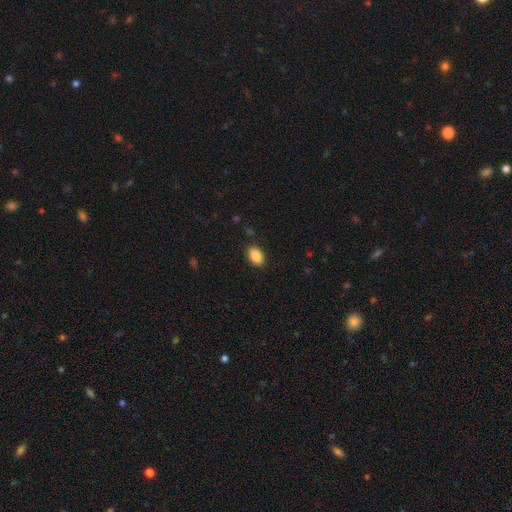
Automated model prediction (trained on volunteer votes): A smooth galaxy with no disk features (88%) that is in between round and cigar-shaped (90%). Merging: none (88%).